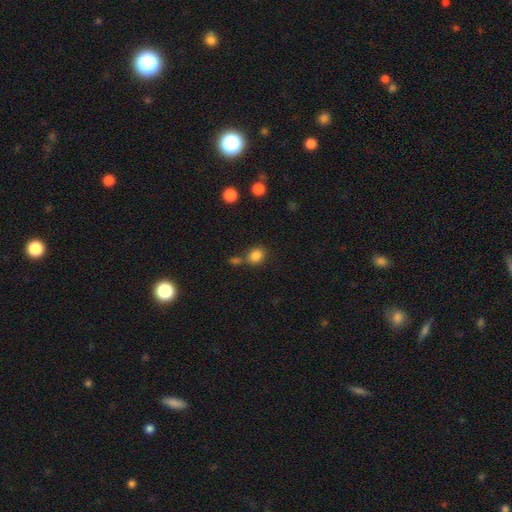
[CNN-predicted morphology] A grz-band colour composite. It shows a smooth galaxy with no disk features (84%) that is round (70%). Merging: none (64%).